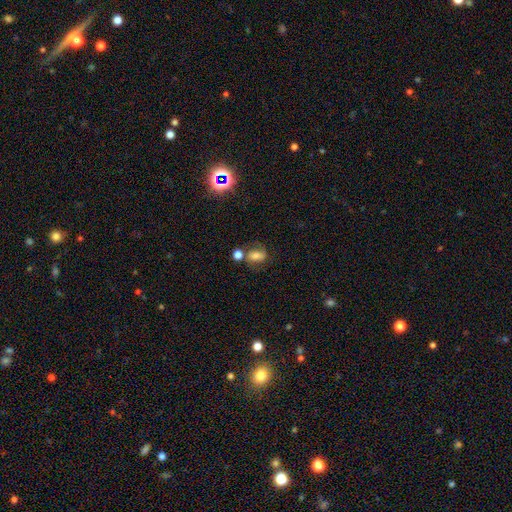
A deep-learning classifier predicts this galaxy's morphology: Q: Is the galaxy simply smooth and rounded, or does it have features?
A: smooth — 59%.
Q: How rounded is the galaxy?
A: in between — 69%.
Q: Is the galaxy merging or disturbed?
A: none — 50%.